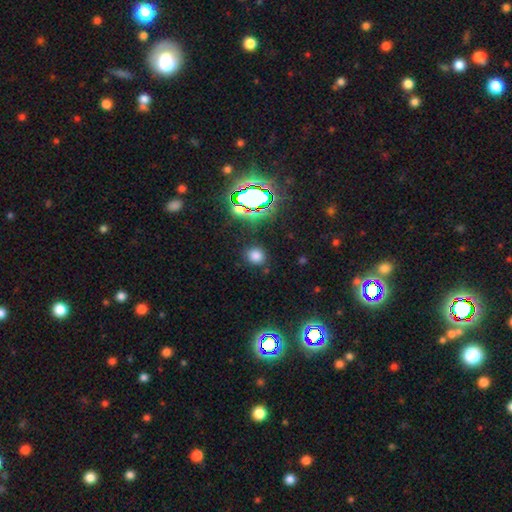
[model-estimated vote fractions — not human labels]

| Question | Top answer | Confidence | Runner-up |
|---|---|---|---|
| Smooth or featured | smooth | 72% | star or artifact (22%) |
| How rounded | round | 80% | in between (19%) |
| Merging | none | 85% | minor disturbance (9%) |